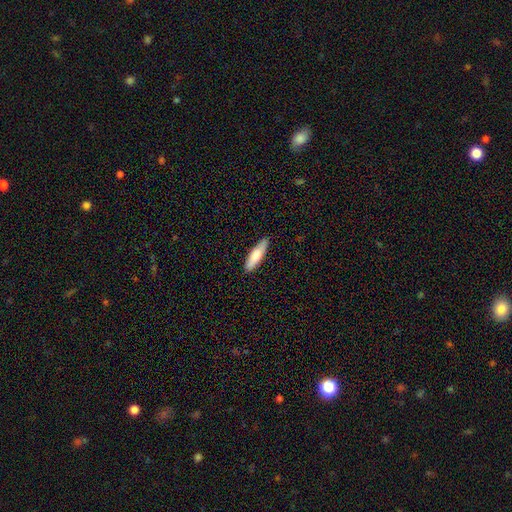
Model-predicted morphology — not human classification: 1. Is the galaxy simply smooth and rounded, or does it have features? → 76% smooth, 19% featured or disk, 5% star or artifact.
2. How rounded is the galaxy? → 68% cigar-shaped, 31% in between, 1% round.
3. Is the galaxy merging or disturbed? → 87% none, 10% minor disturbance, 2% major disturbance, 1% merger.